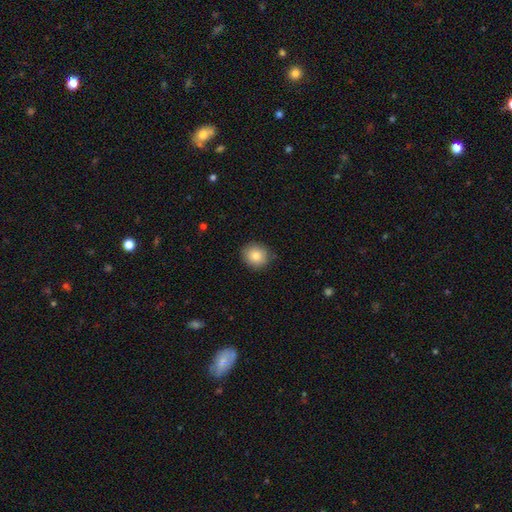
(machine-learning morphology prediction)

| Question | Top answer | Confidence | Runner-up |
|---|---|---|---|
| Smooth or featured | smooth | 84% | star or artifact (8%) |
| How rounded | round | 83% | in between (16%) |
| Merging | none | 88% | minor disturbance (9%) |